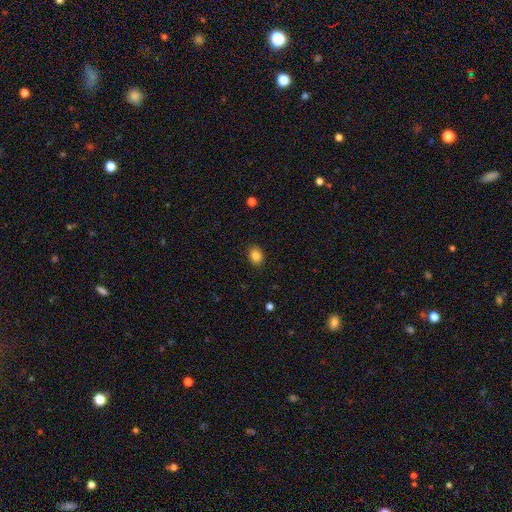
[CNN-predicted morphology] A smooth galaxy with no disk features (85%) that is in between round and cigar-shaped (54%). Merging: none (88%).